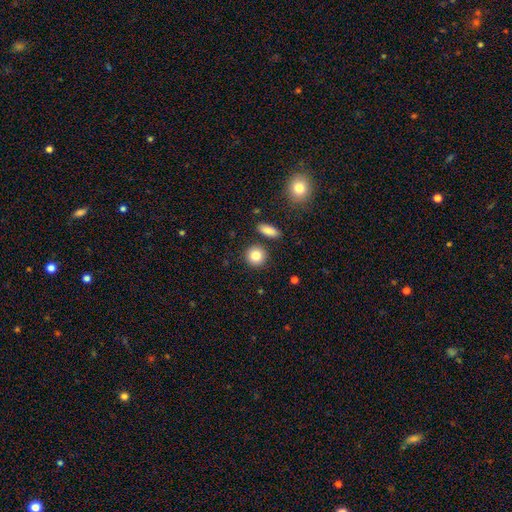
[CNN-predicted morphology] A smooth galaxy with no disk features (85%) that is round (88%).

Vote fractions:
- Smooth or featured? smooth: 85% / star or artifact: 8% / featured or disk: 7%
- How rounded? round: 88% / in between: 10% / cigar-shaped: 1%
- Merging? none: 85% / minor disturbance: 7% / merger: 6% / major disturbance: 2%